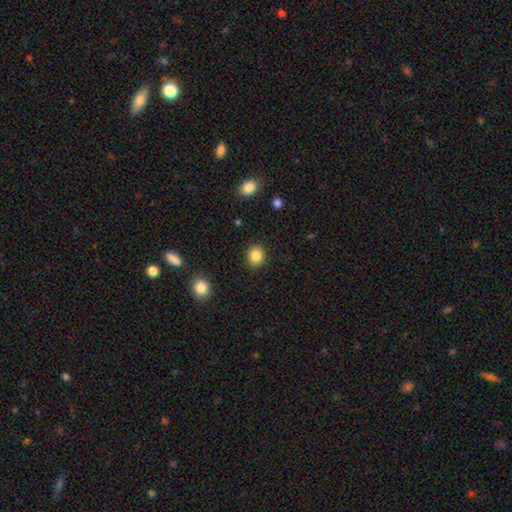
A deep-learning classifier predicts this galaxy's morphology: The model was most divided on "how rounded": round: 70%, in between: 29%, cigar-shaped: 1%. More confident: merging — none (89%); smooth or featured — smooth (86%).